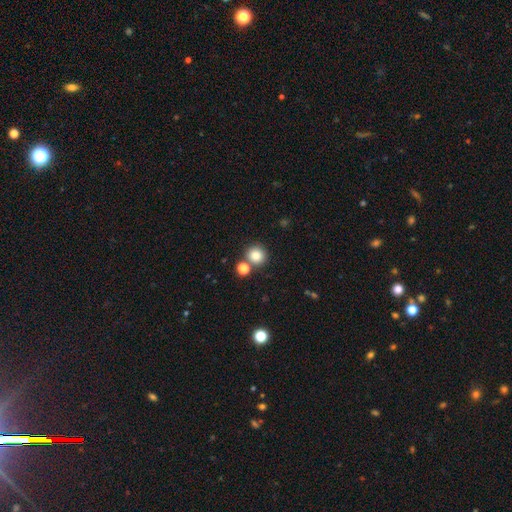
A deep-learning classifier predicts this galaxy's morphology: This appears to be a smooth galaxy with no disk features (83%) that is round (91%). Merging: none (73%).